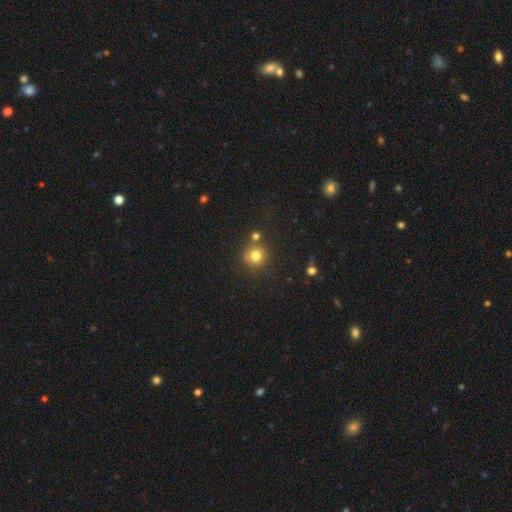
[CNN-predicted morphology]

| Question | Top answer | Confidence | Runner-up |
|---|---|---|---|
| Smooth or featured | smooth | 78% | star or artifact (13%) |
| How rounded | round | 90% | in between (9%) |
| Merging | none | 68% | merger (15%) |